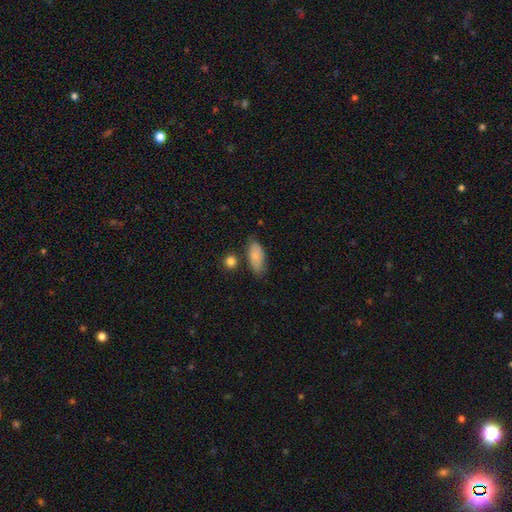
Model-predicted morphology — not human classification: This appears to be a smooth galaxy with no disk features (81%) that is in between round and cigar-shaped (88%). Merging: none (67%).